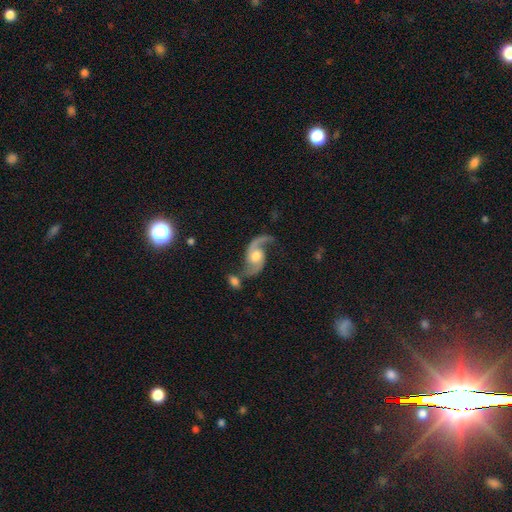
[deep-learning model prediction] A featured or disk galaxy (89%) with no bar (64%), 2 (91%) loose (64%) spiral arms (97%) and a moderate central bulge (67%).

Vote fractions:
- Smooth or featured? featured or disk: 89% / smooth: 6% / star or artifact: 5%
- Edge-on disk? no: 97% / yes: 3%
- Bar? no: 64% / weak: 29% / strong: 8%
- Spiral arms? yes: 97% / no: 3%
- Spiral winding? loose: 64% / medium: 30% / tight: 6%
- Spiral arm count? 2: 91% / 1: 5% / can't tell: 2% / 3: 1% / 4: 1% / more than 4: 1%
- Bulge size? moderate: 67% / small: 15% / large: 14% / none: 2% / dominant: 2%
- Merging? none: 56% / minor disturbance: 17% / merger: 16% / major disturbance: 11%